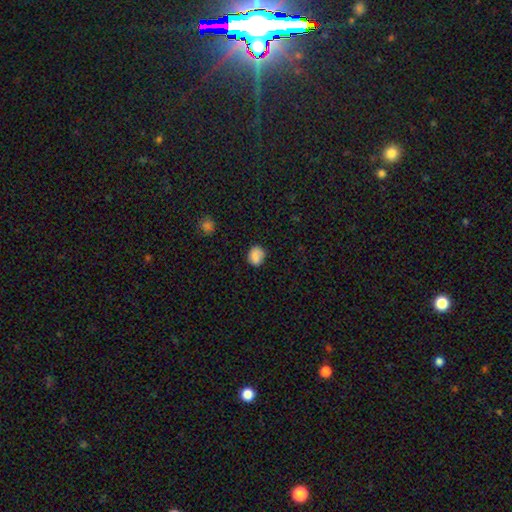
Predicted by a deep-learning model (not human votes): Morphology: type=smooth (82%); roundness=round (65%); merging=none (80%).